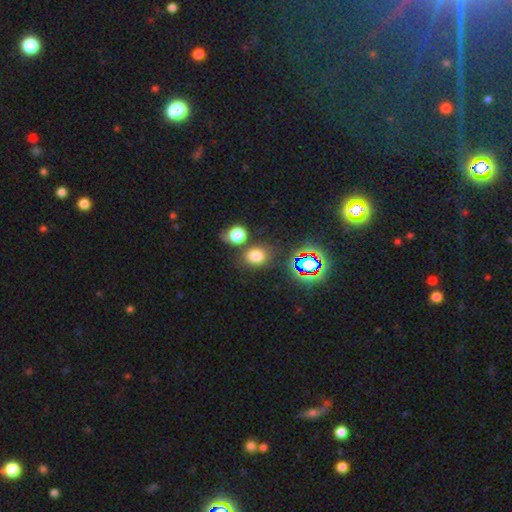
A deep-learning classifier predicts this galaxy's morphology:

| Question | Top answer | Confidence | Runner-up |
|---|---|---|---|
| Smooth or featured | smooth | 72% | star or artifact (20%) |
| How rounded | round | 53% | in between (46%) |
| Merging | none | 72% | minor disturbance (12%) |